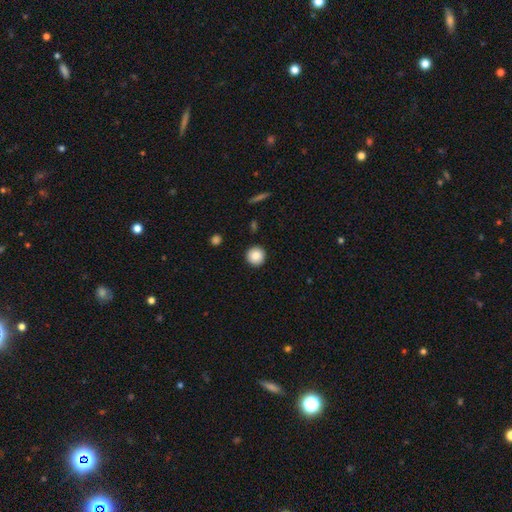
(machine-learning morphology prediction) The model was most divided on "smooth or featured": smooth: 86%, star or artifact: 8%, featured or disk: 5%. More confident: how rounded — round (95%); merging — none (92%).